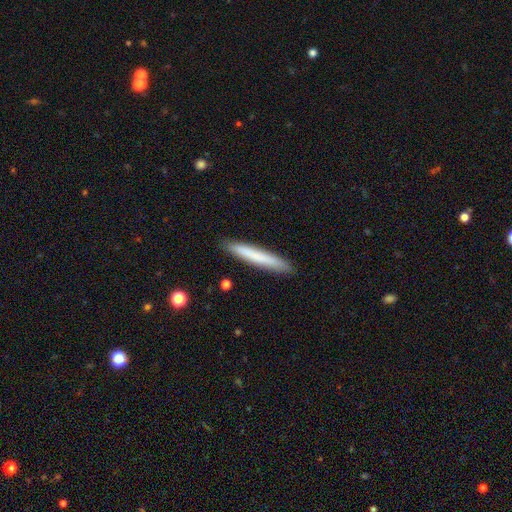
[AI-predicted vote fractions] A smooth galaxy with no disk features (73%) that is cigar-shaped (96%). Merging: none (89%).